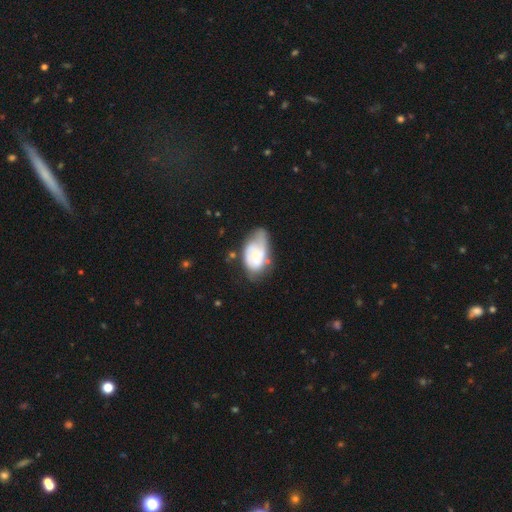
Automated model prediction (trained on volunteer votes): Smooth or featured?
  - featured or disk: 62% *
  - smooth: 32%
  - star or artifact: 6%
Edge-on disk?
  - no: 96% *
  - yes: 4%
Bar?
  - no: 72% *
  - weak: 24%
  - strong: 4%
Spiral arms?
  - yes: 76% *
  - no: 24%
Bulge size?
  - small: 50% *
  - moderate: 41%
  - none: 4%
  - large: 4%
  - dominant: 1%
Merging?
  - none: 39% *
  - minor disturbance: 35%
  - major disturbance: 20%
  - merger: 6%